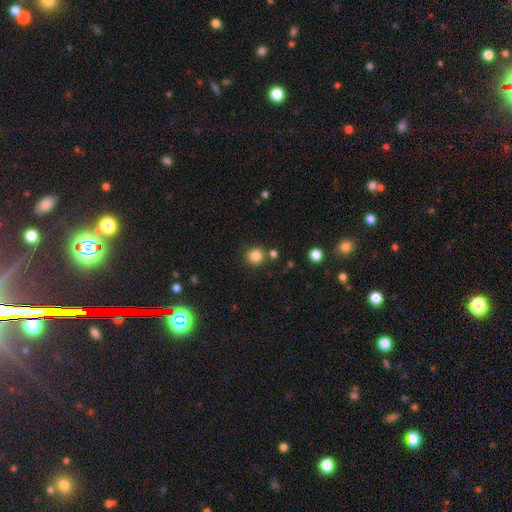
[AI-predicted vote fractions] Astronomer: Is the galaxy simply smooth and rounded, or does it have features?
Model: smooth — 84%.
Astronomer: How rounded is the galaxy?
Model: round — 92%.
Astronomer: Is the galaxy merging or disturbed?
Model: none — 82%.